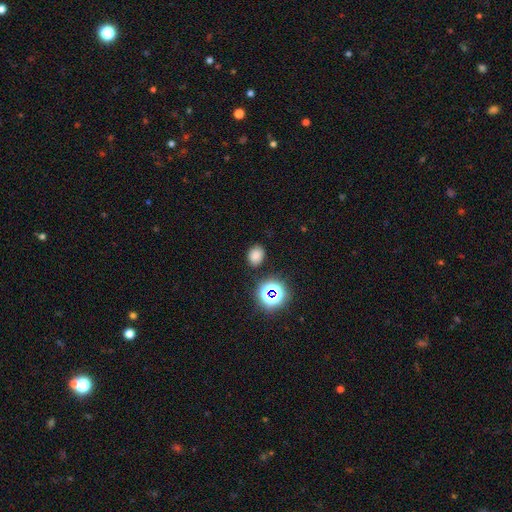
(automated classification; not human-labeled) smooth-or-featured: smooth: 75% | star or artifact: 19% | featured or disk: 5%
  how-rounded: in between: 57% | round: 42% | cigar-shaped: 1%
  merging: none: 83% | minor disturbance: 11% | major disturbance: 3% | merger: 3%